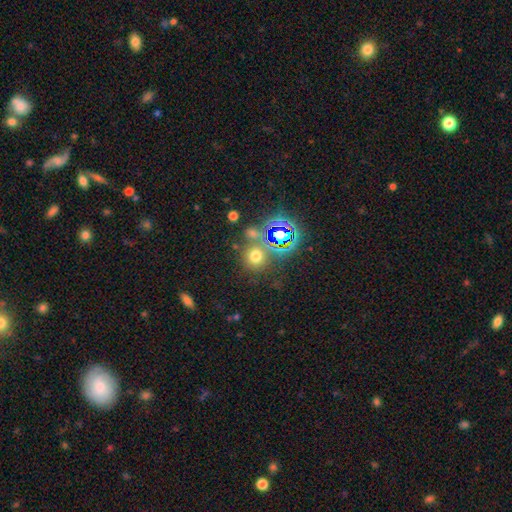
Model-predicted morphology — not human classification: Smooth or featured: smooth — 59% (star or artifact — 33%)
How rounded: round — 86% (in between — 13%)
Merging: none — 73% (merger — 14%)